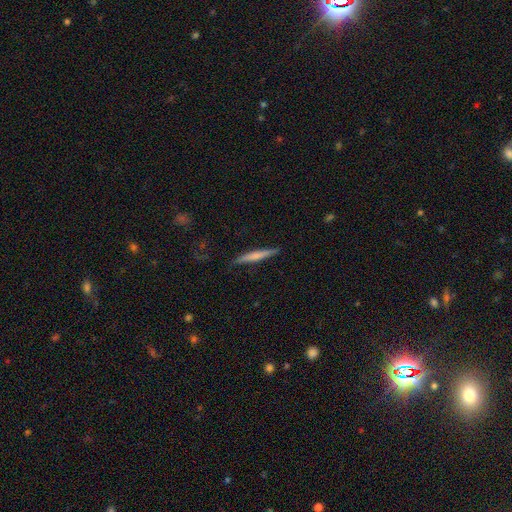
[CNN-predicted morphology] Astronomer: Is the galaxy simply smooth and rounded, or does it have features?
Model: smooth — 57% (runner-up: featured or disk, 37%).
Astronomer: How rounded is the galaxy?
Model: cigar-shaped — 95%.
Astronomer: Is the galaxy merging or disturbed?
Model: none — 85%.